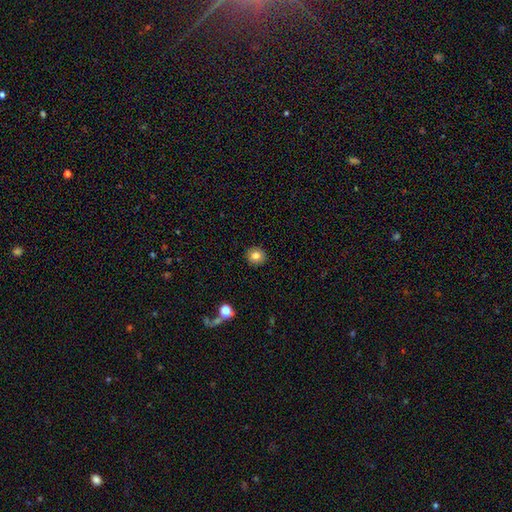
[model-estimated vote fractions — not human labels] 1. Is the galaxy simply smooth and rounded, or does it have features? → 81% smooth, 11% star or artifact, 9% featured or disk.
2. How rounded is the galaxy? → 91% round, 8% in between, 1% cigar-shaped.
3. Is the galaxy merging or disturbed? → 92% none, 5% minor disturbance, 2% major disturbance, 1% merger.